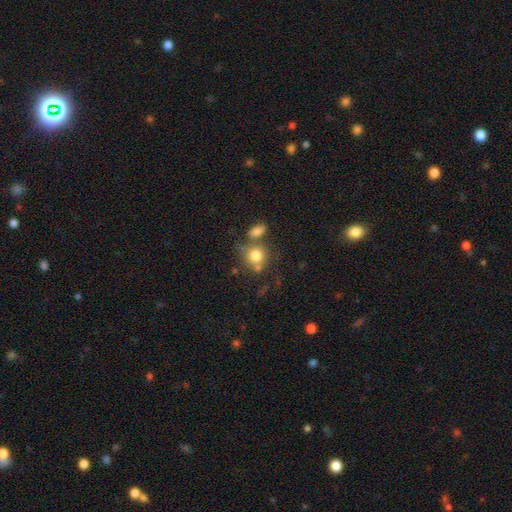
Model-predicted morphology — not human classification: Smooth or featured: smooth — 77% (featured or disk — 12%)
How rounded: round — 82% (in between — 17%)
Merging: none — 52% (merger — 28%)